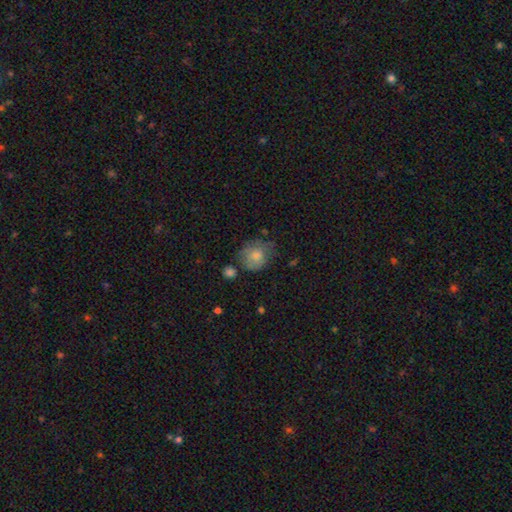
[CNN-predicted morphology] Smooth or featured? smooth (67%)
How rounded? round (72%)
Merging? none (59%)